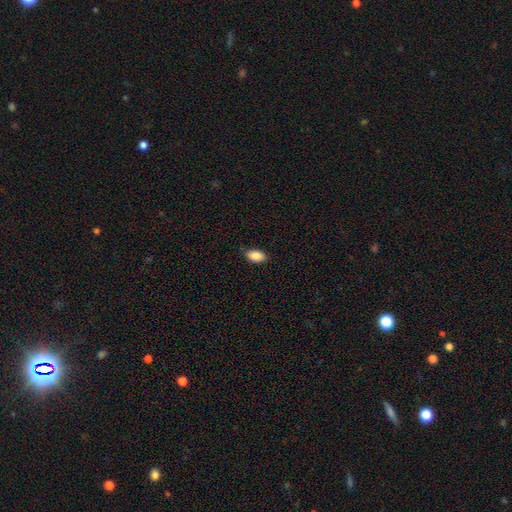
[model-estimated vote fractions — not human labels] Q: Smooth or featured?
A: smooth (89%); runner-up: star or artifact (7%)
Q: How rounded?
A: in between (93%); runner-up: round (5%)
Q: Merging?
A: none (85%); runner-up: minor disturbance (12%)